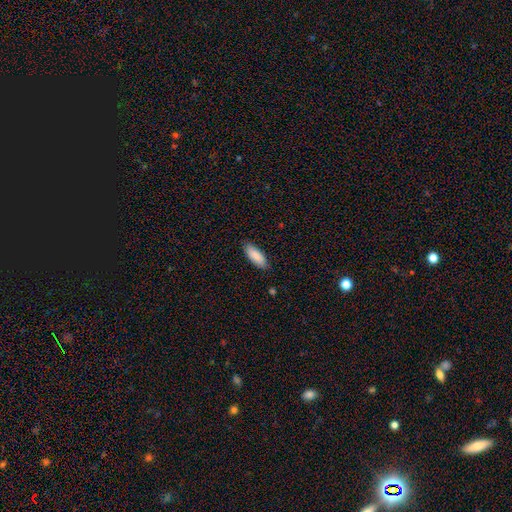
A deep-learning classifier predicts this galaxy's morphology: Q: Smooth or featured?
A: smooth (88%); runner-up: featured or disk (6%)
Q: How rounded?
A: in between (71%); runner-up: cigar-shaped (27%)
Q: Merging?
A: none (86%); runner-up: minor disturbance (11%)